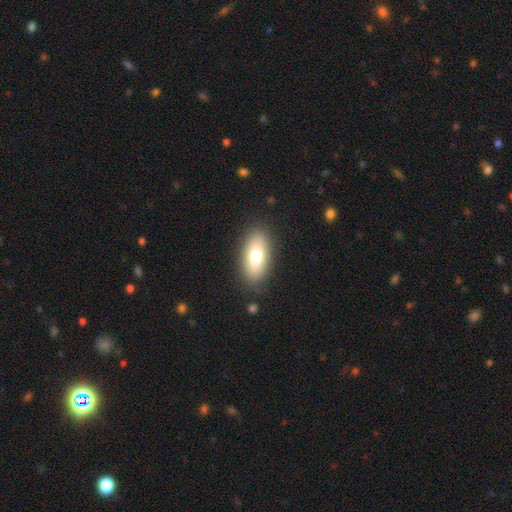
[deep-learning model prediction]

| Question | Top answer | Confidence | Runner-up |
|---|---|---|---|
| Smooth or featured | smooth | 74% | featured or disk (18%) |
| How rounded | in between | 87% | cigar-shaped (9%) |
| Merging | none | 86% | minor disturbance (10%) |